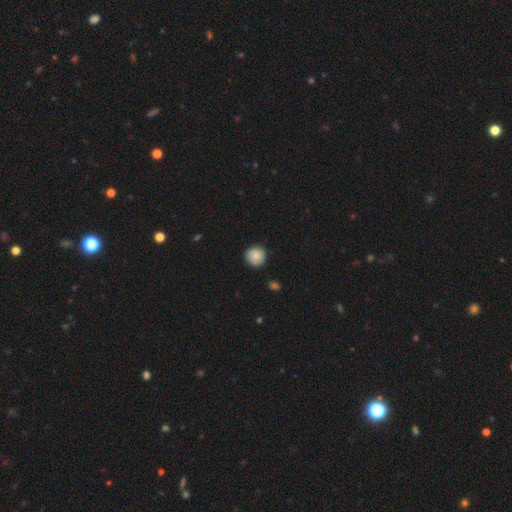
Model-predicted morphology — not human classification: smooth 84%, featured or disk 9%, star or artifact 7%. Down the decision tree: how rounded — round (92%); merging — none (84%).